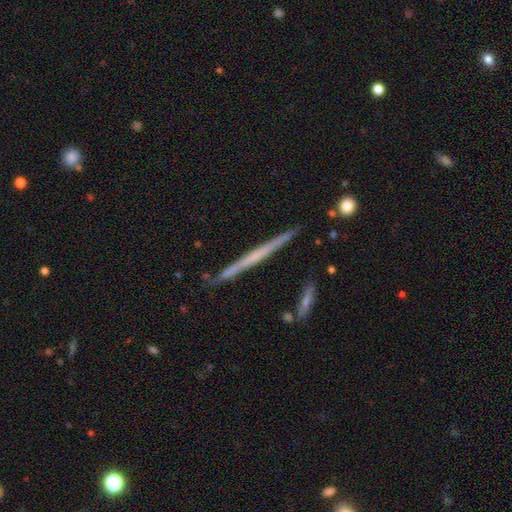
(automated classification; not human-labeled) smooth-or-featured: featured or disk: 62% | smooth: 32% | star or artifact: 6%
  disk-edge-on: yes: 98% | no: 2%
    edge-on-bulge: none: 85% | rounded: 10% | boxy: 5%
  merging: none: 88% | minor disturbance: 9% | merger: 2% | major disturbance: 2%